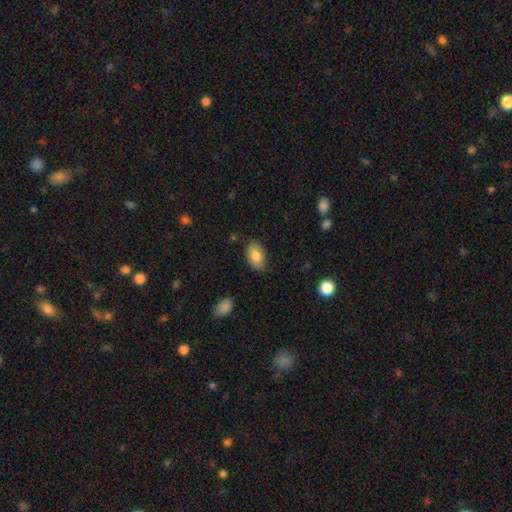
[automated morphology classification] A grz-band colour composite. It shows a smooth galaxy with no disk features (84%) that is in between round and cigar-shaped (93%). Merging: none (84%).